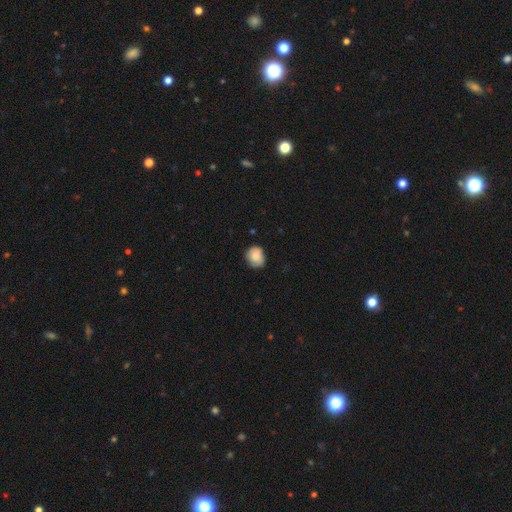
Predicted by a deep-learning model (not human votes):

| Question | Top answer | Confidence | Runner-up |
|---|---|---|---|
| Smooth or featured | smooth | 84% | featured or disk (9%) |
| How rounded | round | 68% | in between (31%) |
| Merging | none | 65% | minor disturbance (28%) |